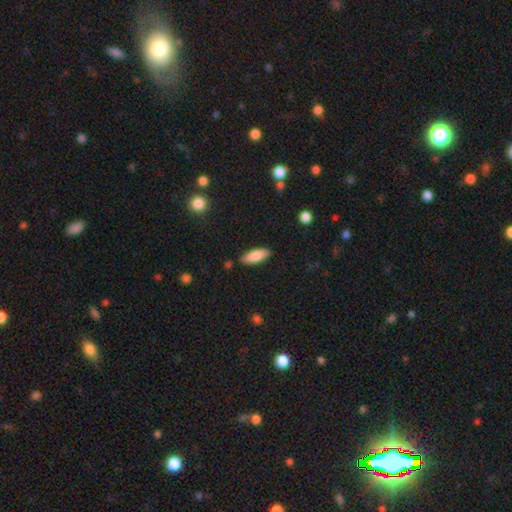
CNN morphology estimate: Q: Smooth or featured?
A: smooth (82%); runner-up: featured or disk (12%)
Q: How rounded?
A: in between (69%); runner-up: cigar-shaped (29%)
Q: Merging?
A: none (86%); runner-up: minor disturbance (10%)